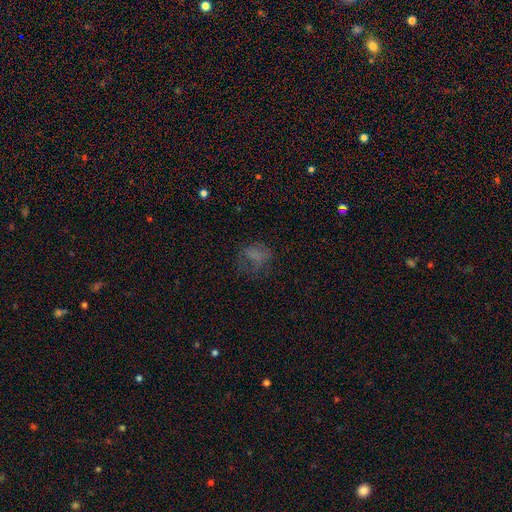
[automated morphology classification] Smooth or featured? Predicted: smooth (p=0.58). How rounded? Predicted: in between (p=0.56). Merging? Predicted: none (p=0.45).